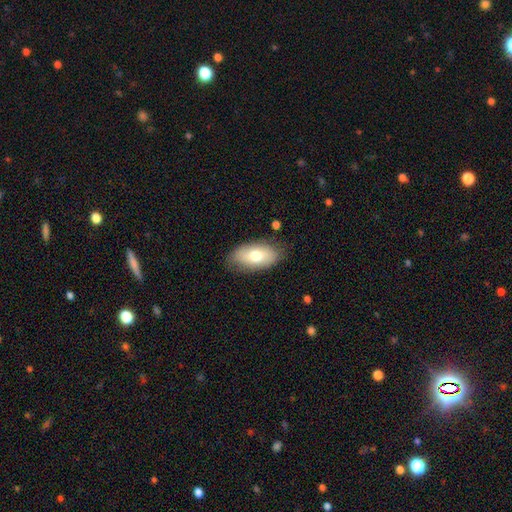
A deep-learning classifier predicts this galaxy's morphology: The model was most divided on "smooth or featured": smooth: 72%, featured or disk: 22%, star or artifact: 6%. More confident: how rounded — in between (92%); merging — none (80%).